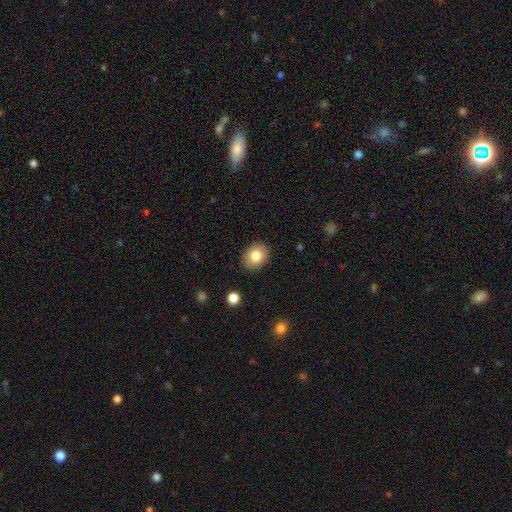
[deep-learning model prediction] smooth_or_featured: smooth (p=0.81) [alt: featured or disk p=0.10]
how_rounded: in between (p=0.55) [alt: round p=0.45]
merging: none (p=0.88) [alt: minor disturbance p=0.08]